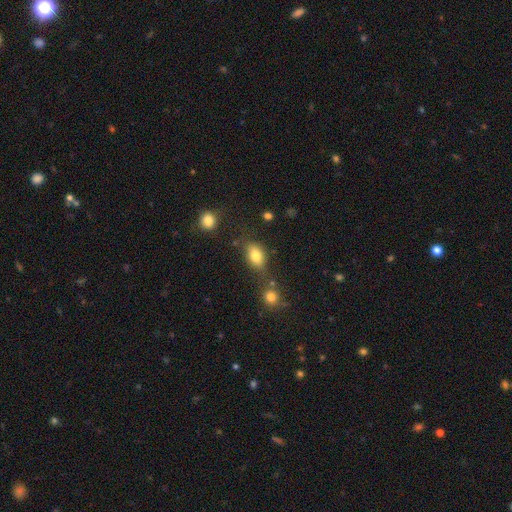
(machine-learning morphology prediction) The model was most divided on "merging": none: 65%, minor disturbance: 16%, merger: 13%, major disturbance: 6%. More confident: how rounded — in between (82%); smooth or featured — smooth (81%).